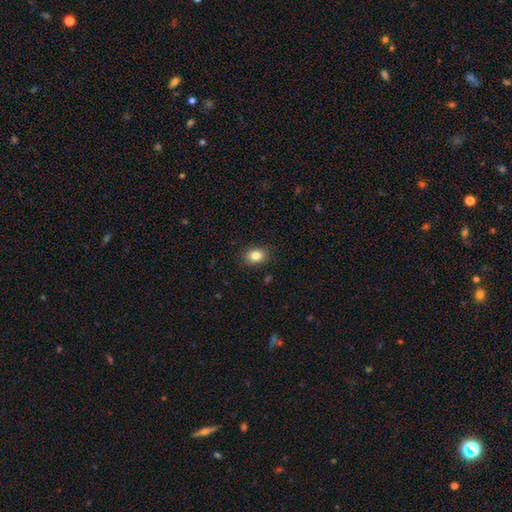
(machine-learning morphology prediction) Smooth or featured: smooth — 83% (star or artifact — 10%)
How rounded: in between — 58% (round — 41%)
Merging: none — 88% (minor disturbance — 9%)